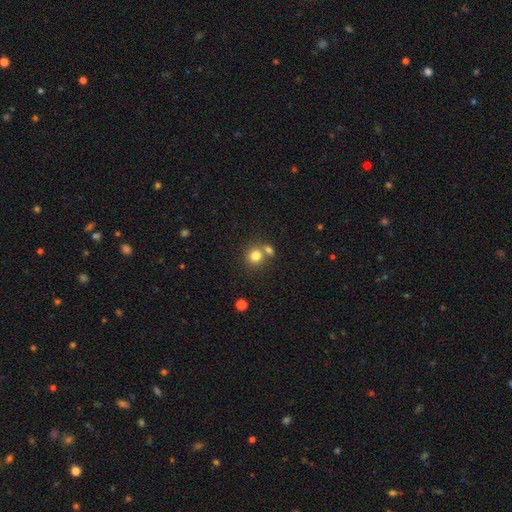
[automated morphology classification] smooth-or-featured: smooth: 79% | star or artifact: 12% | featured or disk: 8%
  how-rounded: round: 88% | in between: 11% | cigar-shaped: 1%
  merging: none: 59% | merger: 30% | minor disturbance: 8% | major disturbance: 3%